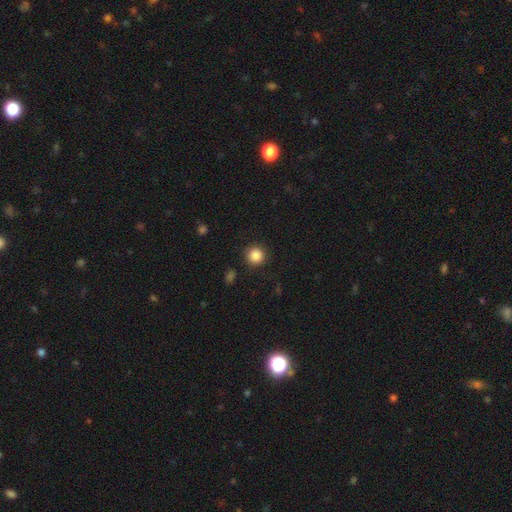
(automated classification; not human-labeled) Smooth or featured? Predicted: smooth (p=0.86). How rounded? Predicted: round (p=0.94). Merging? Predicted: none (p=0.90).